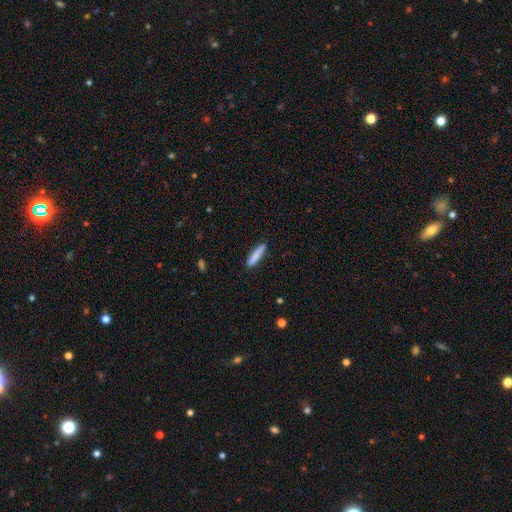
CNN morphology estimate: A smooth galaxy with no disk features (84%) that is cigar-shaped (87%). Merging: none (88%).